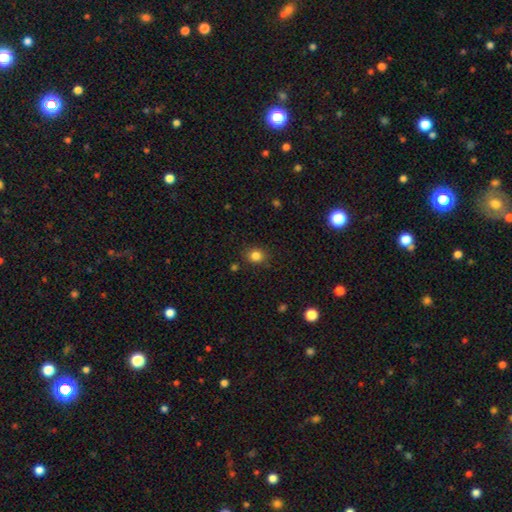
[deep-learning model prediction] Overall: smooth (83%). How rounded: round (71%). Merging: none (84%).